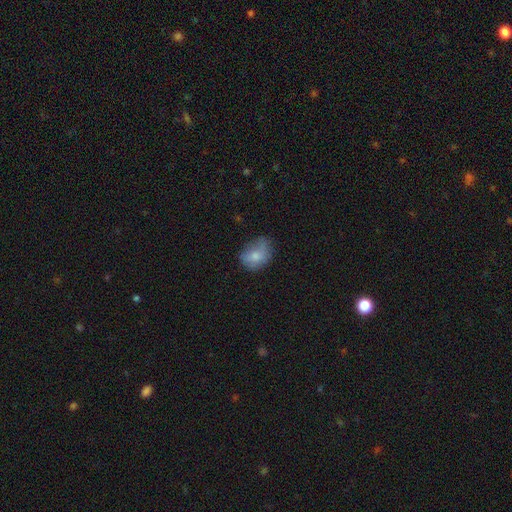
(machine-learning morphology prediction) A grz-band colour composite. It shows a smooth galaxy with no disk features (77%) that is in between round and cigar-shaped (61%). Merging: none (47%).